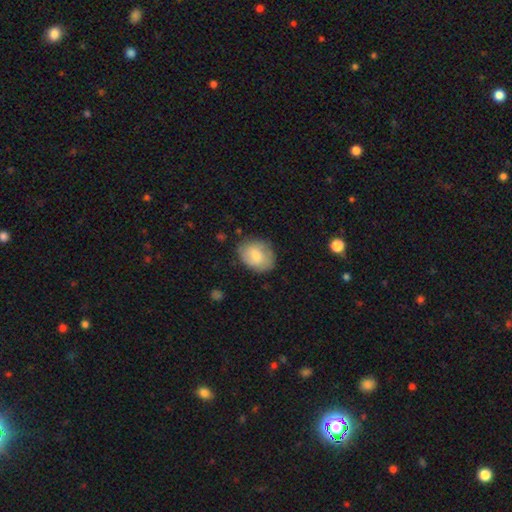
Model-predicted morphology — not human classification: The model was most divided on "how rounded": in between: 63%, round: 36%, cigar-shaped: 1%. More confident: smooth or featured — smooth (75%); merging — none (70%).